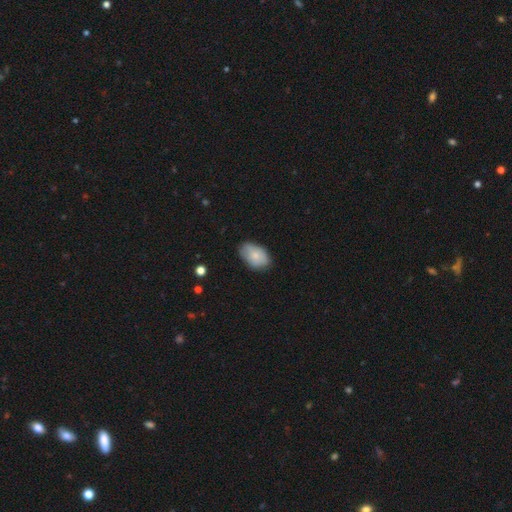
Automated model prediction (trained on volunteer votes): Morphology: type=smooth (78%); roundness=in between (90%); merging=none (75%).